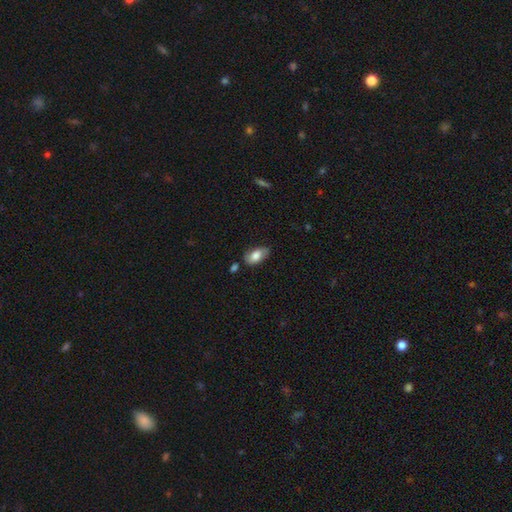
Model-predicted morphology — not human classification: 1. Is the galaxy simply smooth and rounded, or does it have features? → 75% smooth, 19% featured or disk, 7% star or artifact.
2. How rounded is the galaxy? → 93% in between, 4% round, 3% cigar-shaped.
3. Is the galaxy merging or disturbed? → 70% none, 22% minor disturbance, 4% major disturbance, 4% merger.